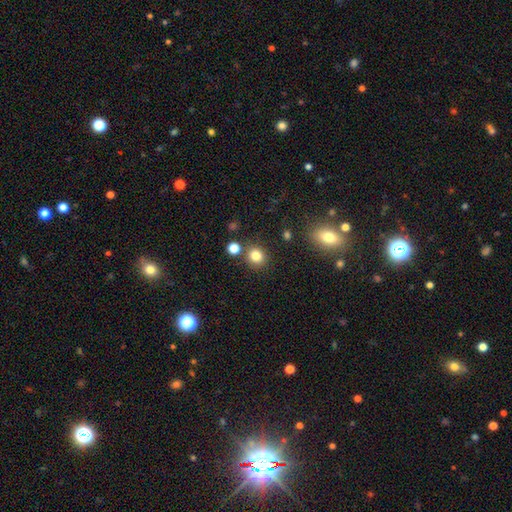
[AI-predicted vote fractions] smooth 81%, star or artifact 13%, featured or disk 6%. Down the decision tree: how rounded — round (85%); merging — none (82%).